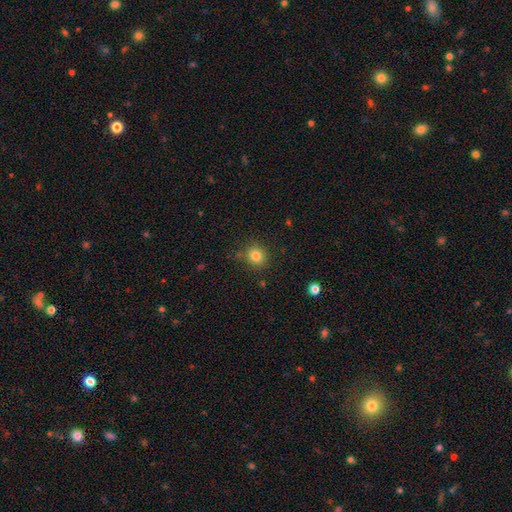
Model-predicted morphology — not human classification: The model was most divided on "smooth or featured": smooth: 82%, star or artifact: 12%, featured or disk: 6%. More confident: how rounded — round (88%); merging — none (85%).